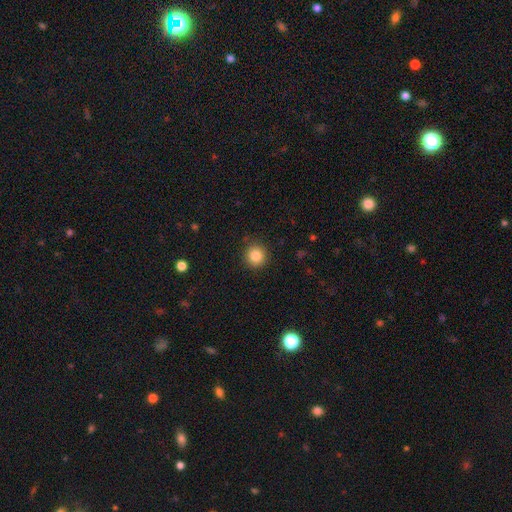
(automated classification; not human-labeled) Overall: smooth (85%). How rounded: round (93%). Merging: none (89%).